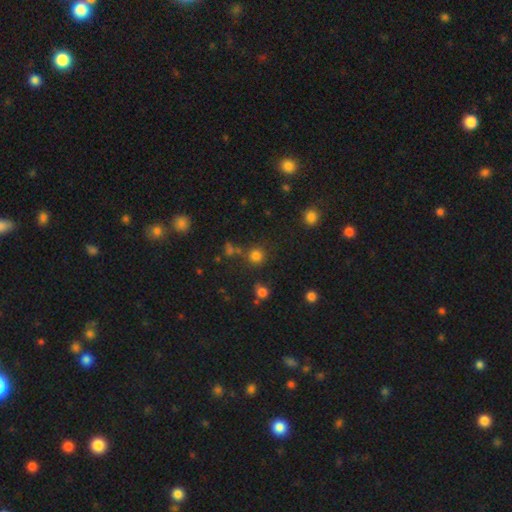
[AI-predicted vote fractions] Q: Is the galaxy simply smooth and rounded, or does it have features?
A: smooth — 77%.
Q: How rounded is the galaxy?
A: round — 91%.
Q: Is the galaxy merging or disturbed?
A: none — 76%.